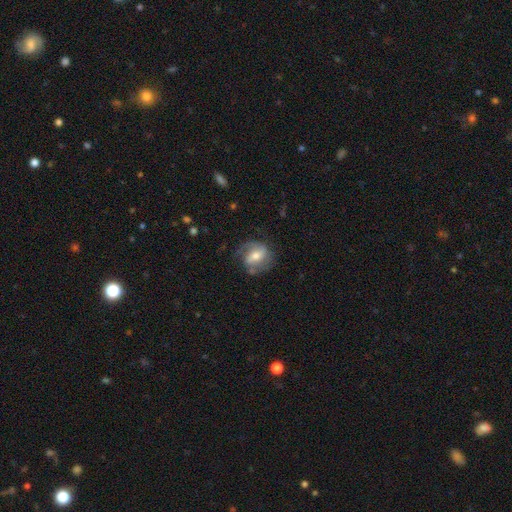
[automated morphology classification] type=featured or disk (66%); edge-on=no (96%); bar=weak (43%); spiral arms=yes (86%); winding=medium (46%); arm count=2 (74%); bulge=moderate (62%); merging=none (65%).